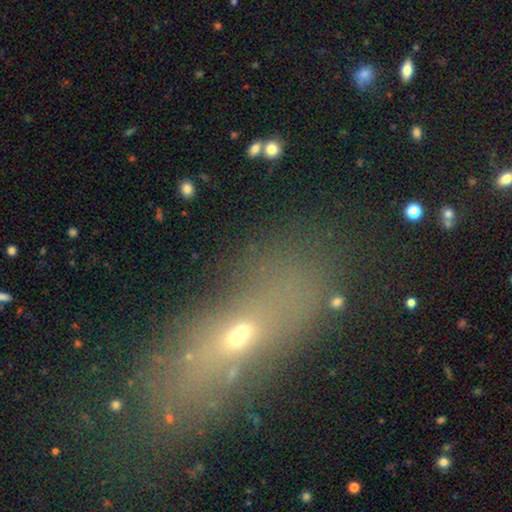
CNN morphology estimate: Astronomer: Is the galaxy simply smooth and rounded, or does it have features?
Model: smooth — 42% (runner-up: star or artifact, 34%).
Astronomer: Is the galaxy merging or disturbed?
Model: none — 58%.